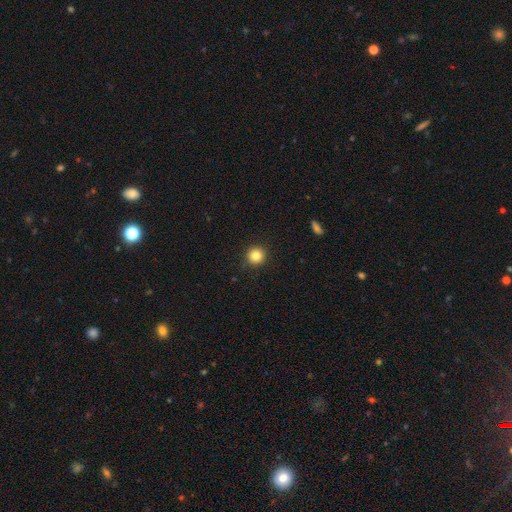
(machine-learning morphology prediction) A smooth galaxy with no disk features (83%) that is round (95%).

Vote fractions:
- Smooth or featured? smooth: 83% / star or artifact: 11% / featured or disk: 6%
- How rounded? round: 95% / in between: 4% / cigar-shaped: 1%
- Merging? none: 92% / minor disturbance: 5% / major disturbance: 2% / merger: 1%